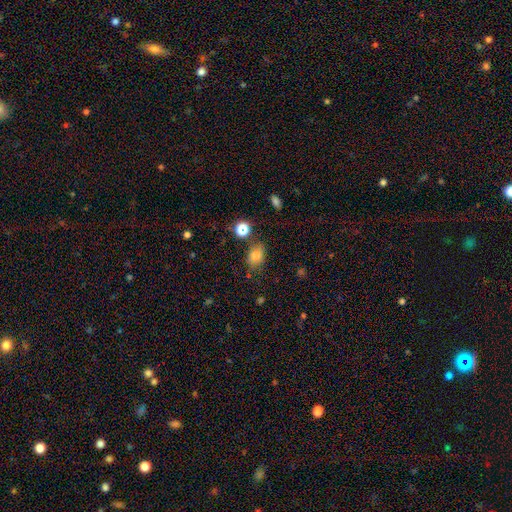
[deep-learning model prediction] smooth-or-featured: smooth: 75% | star or artifact: 16% | featured or disk: 9%
  how-rounded: in between: 69% | round: 29% | cigar-shaped: 2%
  merging: none: 62% | minor disturbance: 23% | major disturbance: 8% | merger: 6%